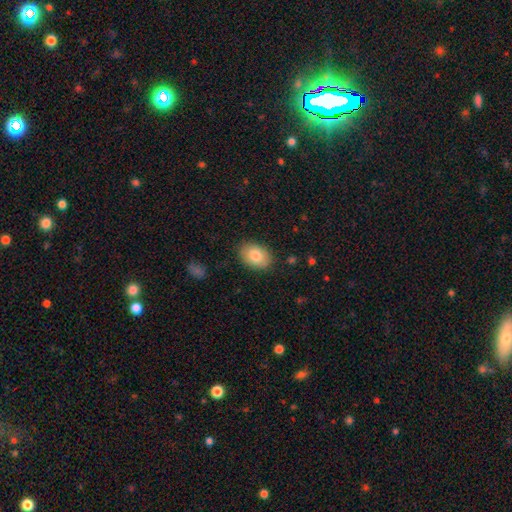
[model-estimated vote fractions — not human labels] Smooth or featured? Predicted: smooth (p=0.82). How rounded? Predicted: in between (p=0.79). Merging? Predicted: none (p=0.87).